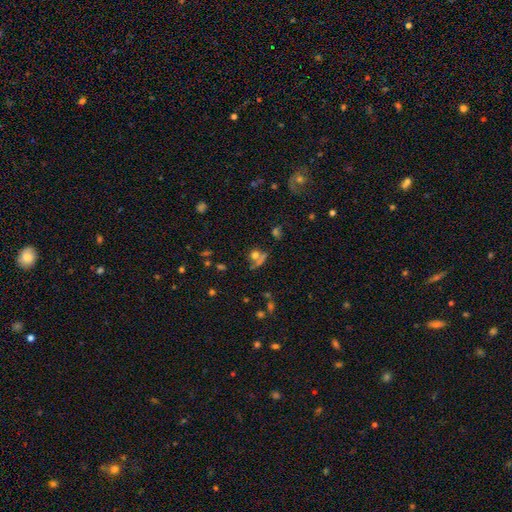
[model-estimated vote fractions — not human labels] Smooth or featured?
  - smooth: 60% *
  - star or artifact: 25%
  - featured or disk: 15%
How rounded?
  - round: 76% *
  - in between: 19%
  - cigar-shaped: 5%
Merging?
  - none: 50% *
  - merger: 25%
  - minor disturbance: 13%
  - major disturbance: 12%